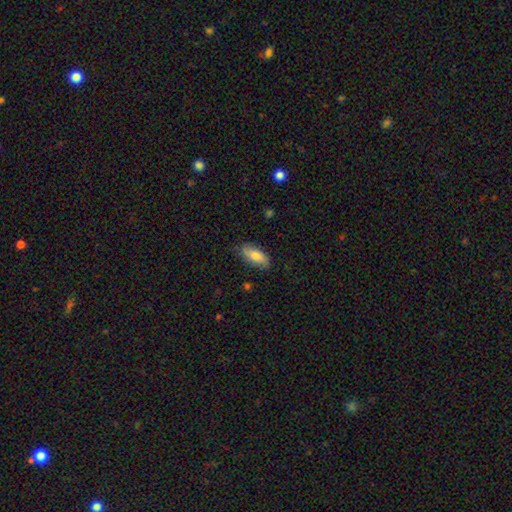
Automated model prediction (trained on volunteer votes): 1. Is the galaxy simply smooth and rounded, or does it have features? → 75% smooth, 19% featured or disk, 6% star or artifact.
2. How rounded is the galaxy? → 86% in between, 12% cigar-shaped, 2% round.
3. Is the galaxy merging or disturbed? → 78% none, 18% minor disturbance, 3% major disturbance, 1% merger.